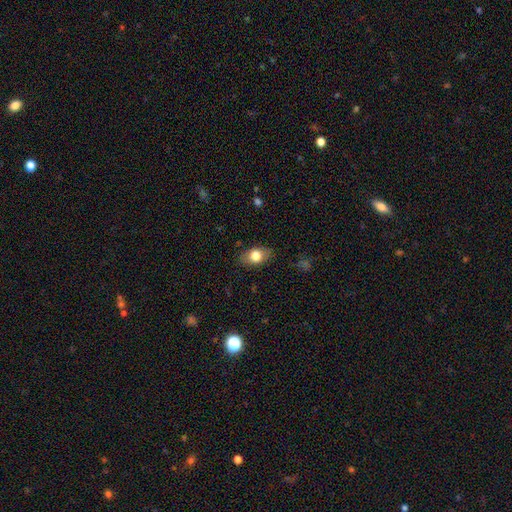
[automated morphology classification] smooth_or_featured: smooth (p=0.79) [alt: featured or disk p=0.13]
how_rounded: in between (p=0.79) [alt: round p=0.19]
merging: none (p=0.83) [alt: minor disturbance p=0.13]